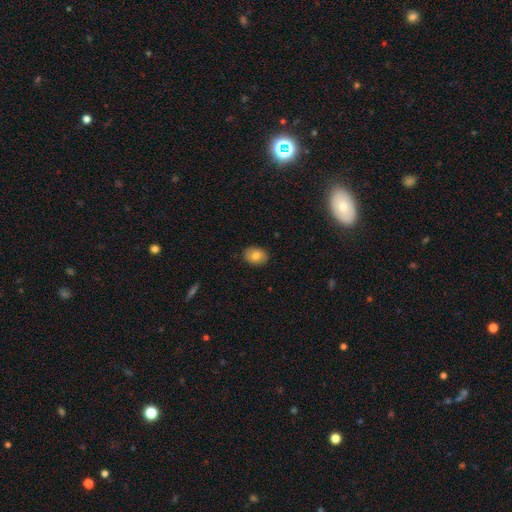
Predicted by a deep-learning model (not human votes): A smooth galaxy with no disk features (79%) that is in between round and cigar-shaped (63%).

Vote fractions:
- Smooth or featured? smooth: 79% / featured or disk: 13% / star or artifact: 9%
- How rounded? in between: 63% / round: 36% / cigar-shaped: 1%
- Merging? none: 89% / minor disturbance: 8% / major disturbance: 2% / merger: 1%